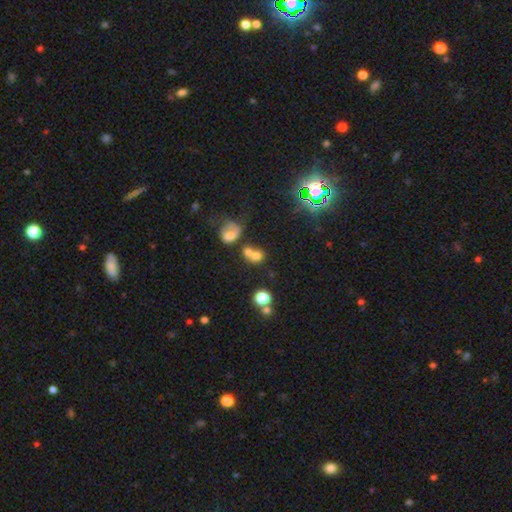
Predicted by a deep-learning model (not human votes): Overall: smooth (67%). How rounded: round (73%). Merging: merger (54%; none 32%).